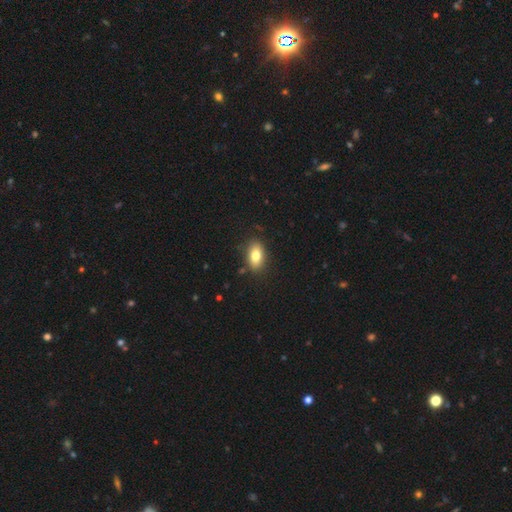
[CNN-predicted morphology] Smooth or featured?
  - smooth: 81% *
  - featured or disk: 11%
  - star or artifact: 8%
How rounded?
  - in between: 88% *
  - round: 8%
  - cigar-shaped: 3%
Merging?
  - none: 85% *
  - minor disturbance: 11%
  - major disturbance: 3%
  - merger: 2%